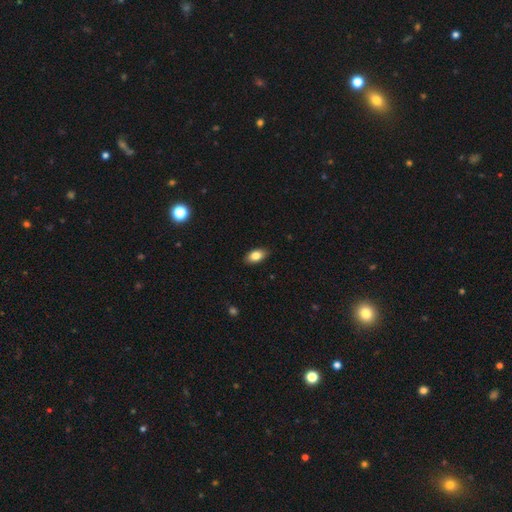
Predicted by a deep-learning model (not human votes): Smooth or featured? Predicted: smooth (p=0.82). How rounded? Predicted: in between (p=0.91). Merging? Predicted: none (p=0.88).